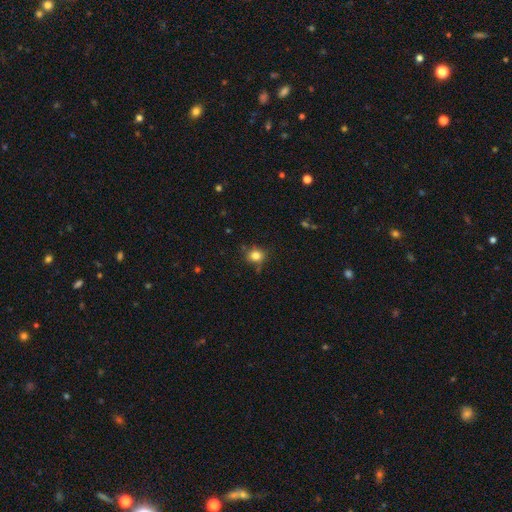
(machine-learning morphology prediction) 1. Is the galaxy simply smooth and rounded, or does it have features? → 82% smooth, 12% star or artifact, 6% featured or disk.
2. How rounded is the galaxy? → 80% round, 19% in between, 1% cigar-shaped.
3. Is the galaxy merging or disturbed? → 78% none, 15% minor disturbance, 4% merger, 3% major disturbance.